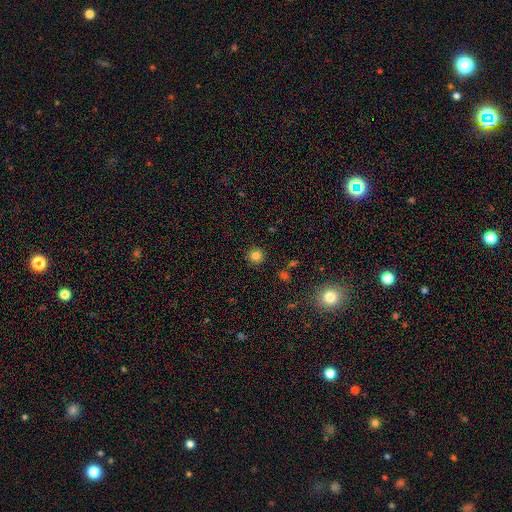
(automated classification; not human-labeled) A smooth galaxy with no disk features (82%) that is round (95%). Merging: none (91%).